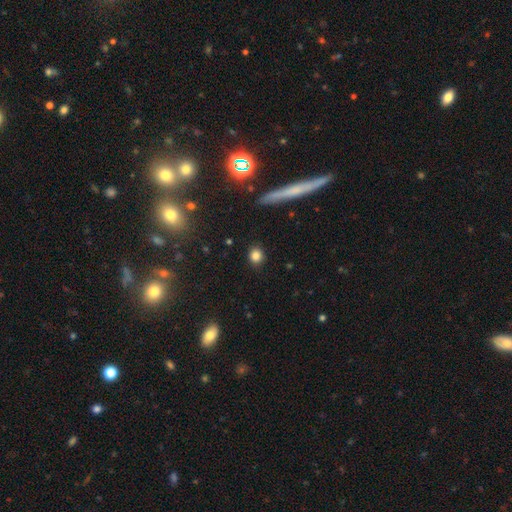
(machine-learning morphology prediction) smooth-or-featured: smooth: 83% | star or artifact: 11% | featured or disk: 6%
  how-rounded: round: 84% | in between: 14% | cigar-shaped: 2%
  merging: none: 90% | minor disturbance: 7% | major disturbance: 2% | merger: 1%